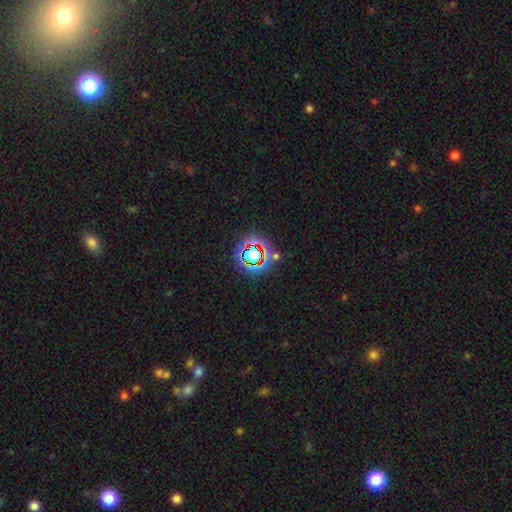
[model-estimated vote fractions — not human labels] Smooth or featured? Predicted: star or artifact (p=0.67).